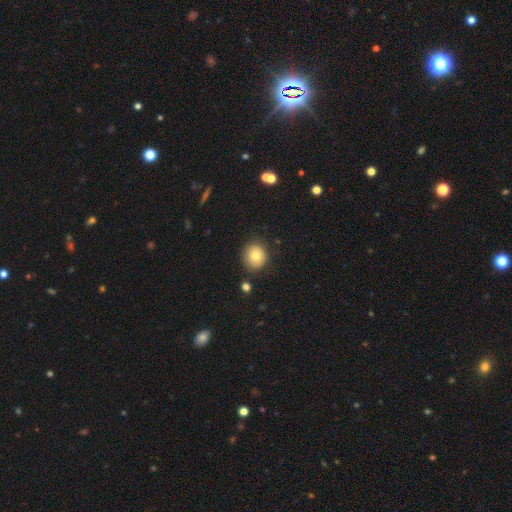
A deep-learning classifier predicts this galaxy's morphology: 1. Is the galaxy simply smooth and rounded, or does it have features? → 78% smooth, 11% featured or disk, 11% star or artifact.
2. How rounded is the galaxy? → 86% round, 13% in between, 1% cigar-shaped.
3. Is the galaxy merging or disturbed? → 84% none, 10% minor disturbance, 3% major disturbance, 3% merger.